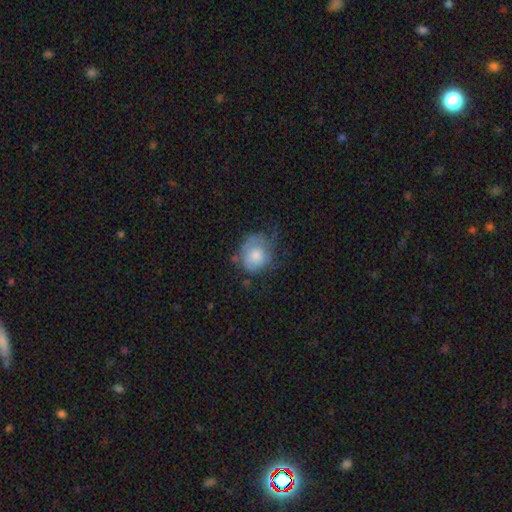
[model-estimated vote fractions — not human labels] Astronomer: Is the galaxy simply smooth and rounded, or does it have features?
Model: smooth — 61%.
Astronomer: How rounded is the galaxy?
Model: round — 58% (runner-up: in between, 41%).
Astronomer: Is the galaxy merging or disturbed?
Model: none — 38% (runner-up: minor disturbance, 34%).